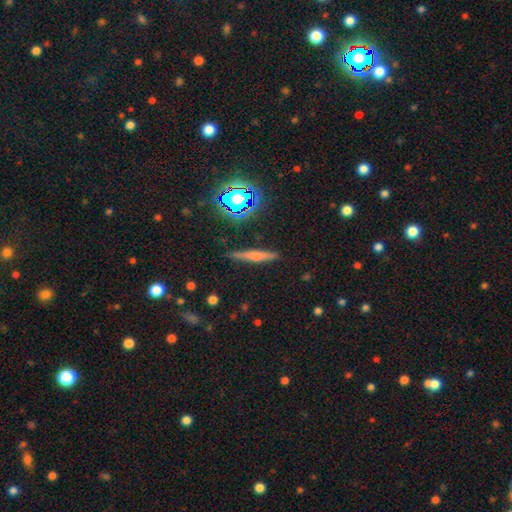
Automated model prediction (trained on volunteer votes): Smooth or featured? Predicted: featured or disk (p=0.46). Merging? Predicted: none (p=0.87).